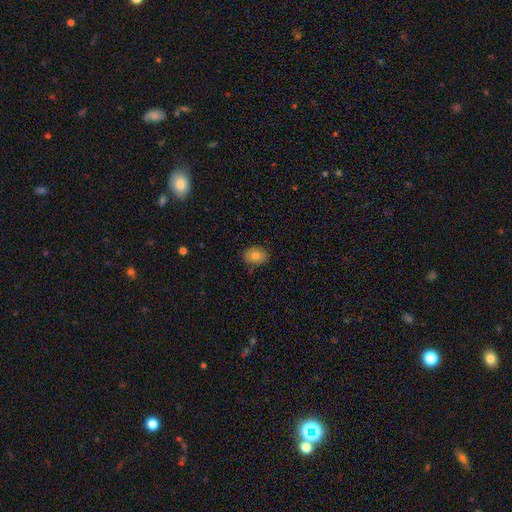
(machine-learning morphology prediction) smooth-or-featured: smooth: 80% | featured or disk: 12% | star or artifact: 9%
  how-rounded: in between: 69% | round: 29% | cigar-shaped: 1%
  merging: none: 86% | minor disturbance: 11% | major disturbance: 2% | merger: 1%